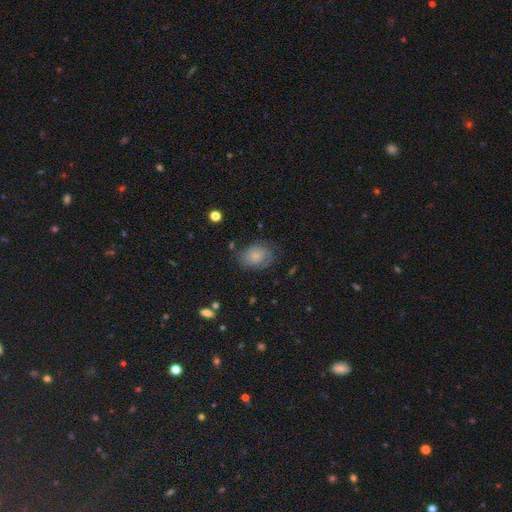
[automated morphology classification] smooth-or-featured: smooth: 64% | featured or disk: 26% | star or artifact: 10%
  how-rounded: in between: 58% | round: 41% | cigar-shaped: 1%
  merging: none: 64% | minor disturbance: 23% | major disturbance: 10% | merger: 2%